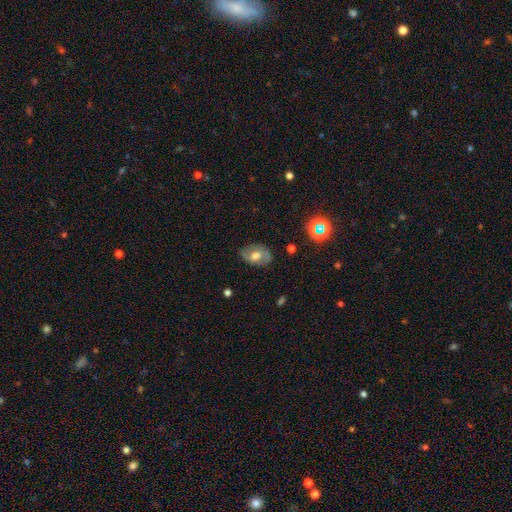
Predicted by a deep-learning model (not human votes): A featured or disk galaxy (45%, tied with smooth). Merging: none (73%).